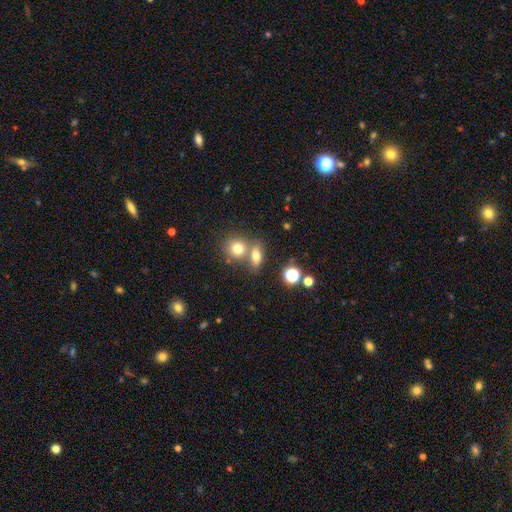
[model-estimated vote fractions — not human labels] smooth 72%, featured or disk 15%, star or artifact 13%. Down the decision tree: how rounded — in between (65%); merging — none (48%).